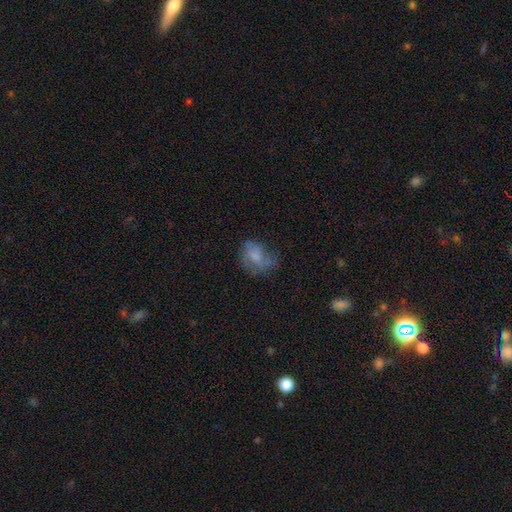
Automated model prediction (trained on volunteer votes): Q: Smooth or featured?
A: smooth (55%); runner-up: featured or disk (34%)
Q: How rounded?
A: in between (66%); runner-up: round (32%)
Q: Merging?
A: none (42%); runner-up: minor disturbance (28%)